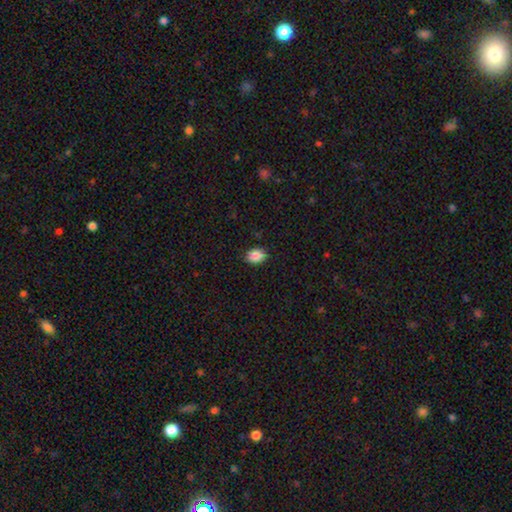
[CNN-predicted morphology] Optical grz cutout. It shows a smooth galaxy with no disk features (88%) that is in between round and cigar-shaped (69%). Merging: none (83%).